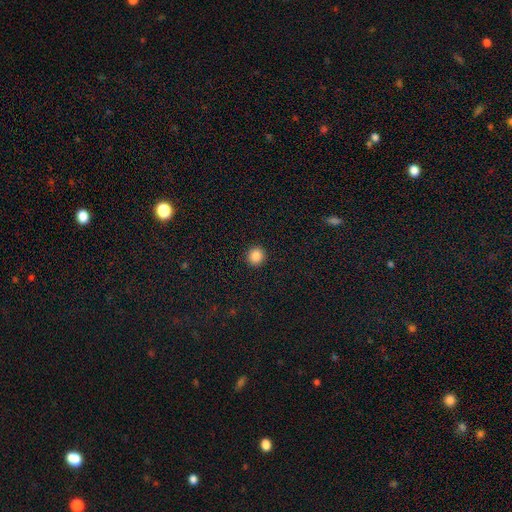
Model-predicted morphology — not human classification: Q: Smooth or featured?
A: smooth (87%); runner-up: star or artifact (10%)
Q: How rounded?
A: round (92%); runner-up: in between (7%)
Q: Merging?
A: none (93%); runner-up: minor disturbance (4%)